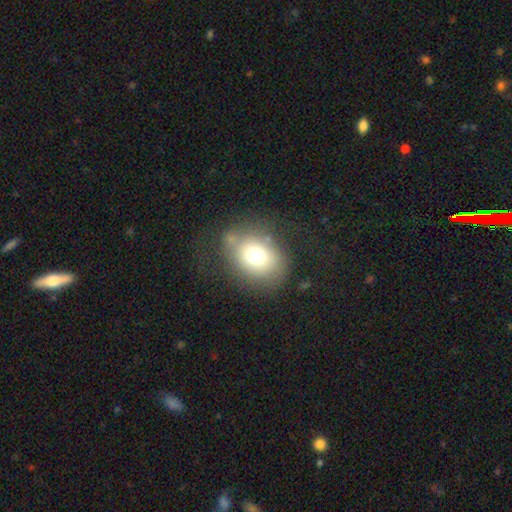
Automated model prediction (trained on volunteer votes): The model was most divided on "how rounded": round: 50%, in between: 49%, cigar-shaped: 1%. More confident: smooth or featured — smooth (71%); merging — none (67%).